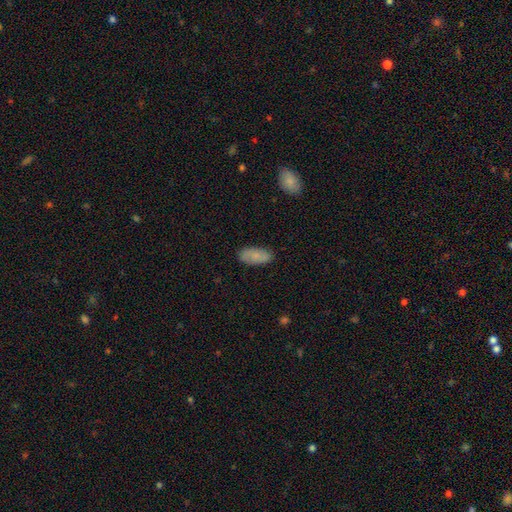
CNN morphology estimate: type=smooth (78%); roundness=in between (89%); merging=none (83%).